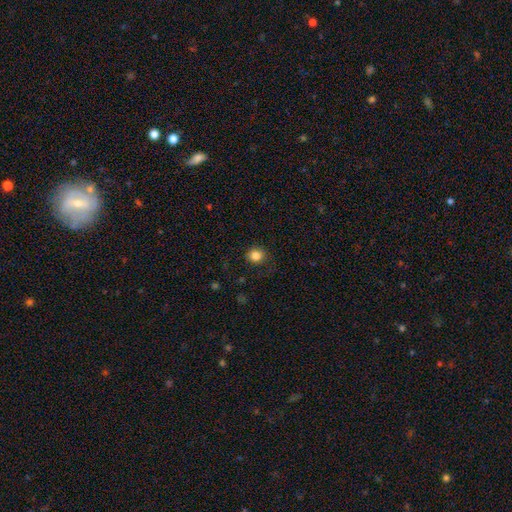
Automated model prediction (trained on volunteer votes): smooth-or-featured: smooth: 84% | star or artifact: 11% | featured or disk: 5%
  how-rounded: round: 81% | in between: 18% | cigar-shaped: 1%
  merging: none: 87% | minor disturbance: 9% | major disturbance: 3% | merger: 1%